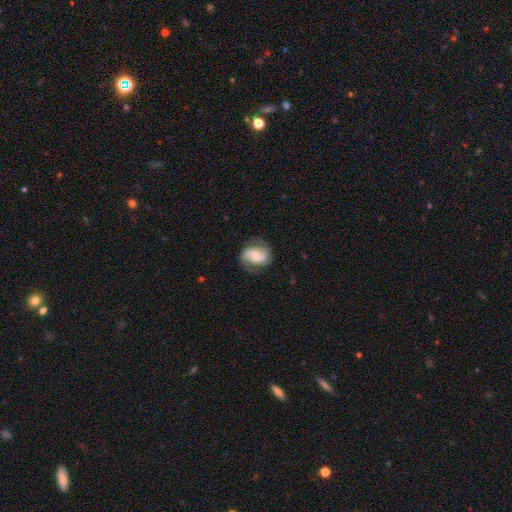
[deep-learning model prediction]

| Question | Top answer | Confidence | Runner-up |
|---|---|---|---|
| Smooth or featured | featured or disk | 68% | smooth (25%) |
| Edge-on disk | no | 97% | yes (3%) |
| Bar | no | 48% | weak (36%) |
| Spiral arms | yes | 91% | no (9%) |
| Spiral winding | medium | 46% | tight (27%) |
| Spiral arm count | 2 | 87% | can't tell (7%) |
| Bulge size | moderate | 49% | small (40%) |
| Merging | none | 73% | minor disturbance (18%) |